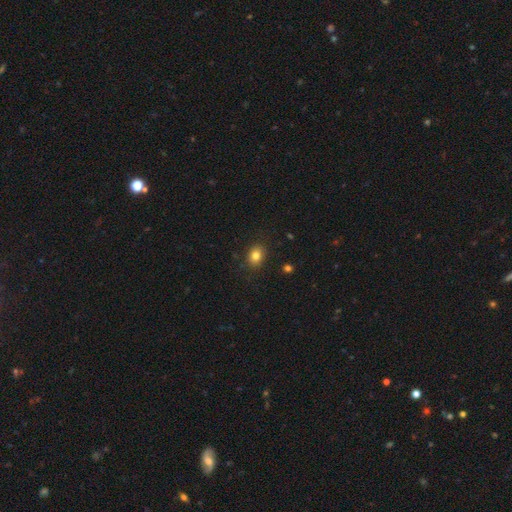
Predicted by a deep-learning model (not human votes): This appears to be a smooth galaxy with no disk features (82%) that is in between round and cigar-shaped (54%). Merging: none (88%).